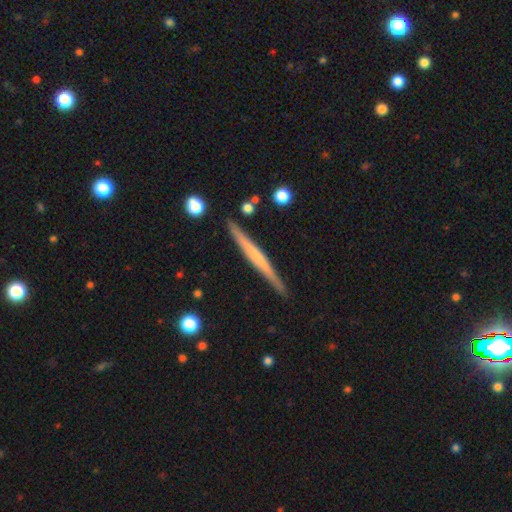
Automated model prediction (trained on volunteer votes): smooth-or-featured: featured or disk: 58% | smooth: 36% | star or artifact: 5%
  disk-edge-on: yes: 98% | no: 2%
    edge-on-bulge: none: 67% | rounded: 23% | boxy: 11%
  merging: none: 89% | minor disturbance: 8% | merger: 2% | major disturbance: 1%